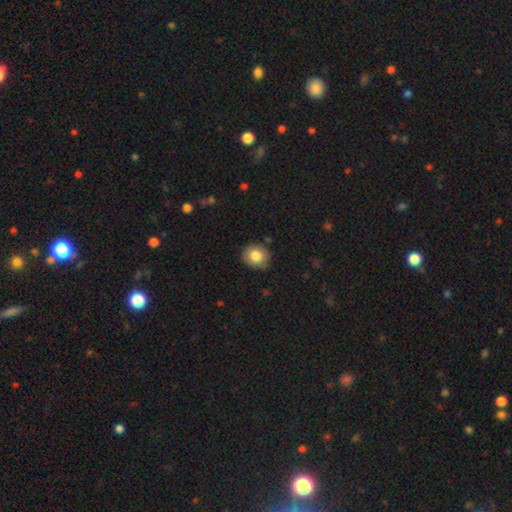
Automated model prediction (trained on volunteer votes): This is clearly a smooth galaxy (82%). How rounded: likely round (77%). Merging: clearly none (86%).